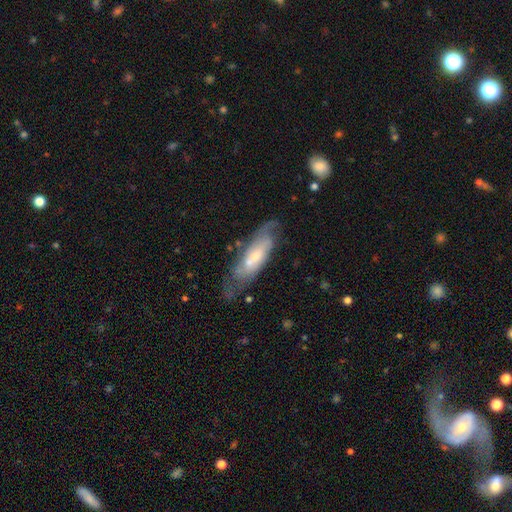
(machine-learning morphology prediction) Q: Smooth or featured?
A: featured or disk (62%); runner-up: smooth (32%)
Q: Edge-on disk?
A: no (76%); runner-up: yes (24%)
Q: Merging?
A: none (58%); runner-up: minor disturbance (24%)